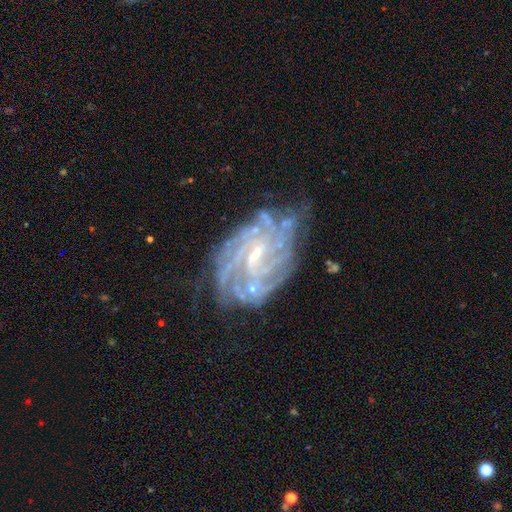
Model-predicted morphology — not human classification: smooth_or_featured: featured or disk (p=0.87) [alt: star or artifact p=0.07]
disk_edge_on: no (p=0.97) [alt: yes p=0.03]
bar: weak (p=0.55) [alt: no p=0.23]
has_spiral_arms: yes (p=0.95) [alt: no p=0.05]
spiral_winding: tight (p=0.67) [alt: medium p=0.27]
spiral_arm_count: can't tell (p=0.32) [alt: 4 p=0.25]
bulge_size: small (p=0.62) [alt: moderate p=0.28]
merging: none (p=0.63) [alt: minor disturbance p=0.22]